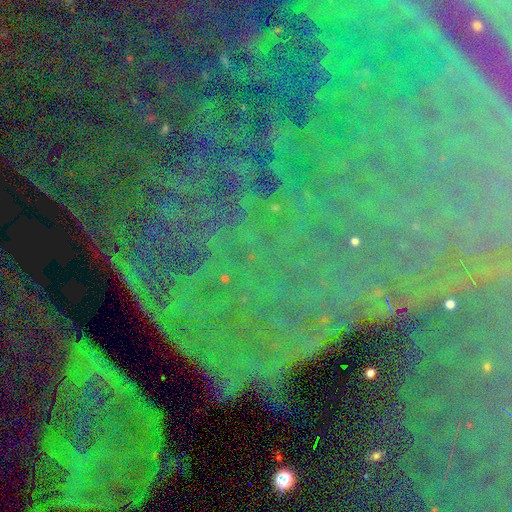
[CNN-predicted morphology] Smooth or featured? star or artifact (85%)